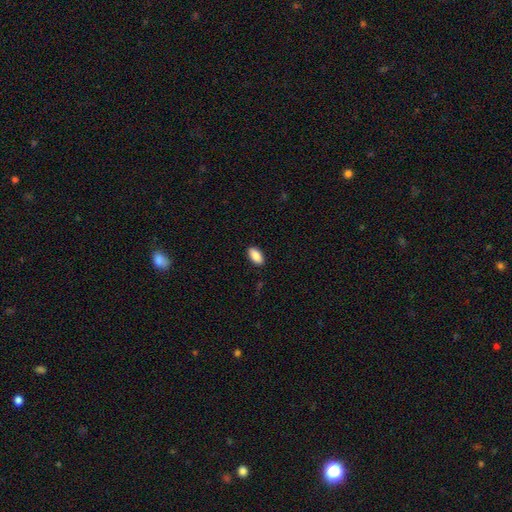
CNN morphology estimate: smooth 88%, star or artifact 7%, featured or disk 5%. Down the decision tree: how rounded — in between (92%); merging — none (89%).